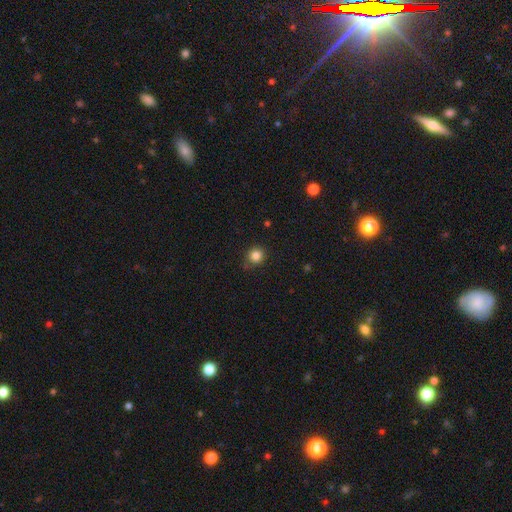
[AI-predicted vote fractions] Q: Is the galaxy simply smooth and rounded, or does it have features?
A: smooth — 84%.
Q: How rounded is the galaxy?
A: round — 91%.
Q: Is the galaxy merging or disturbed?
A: none — 81%.